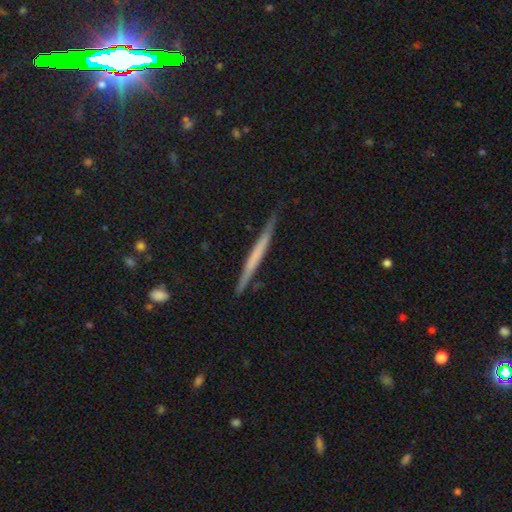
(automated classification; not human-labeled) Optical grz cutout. It shows a featured or disk galaxy (51%) viewed edge-on (97%). Merging: none (88%).